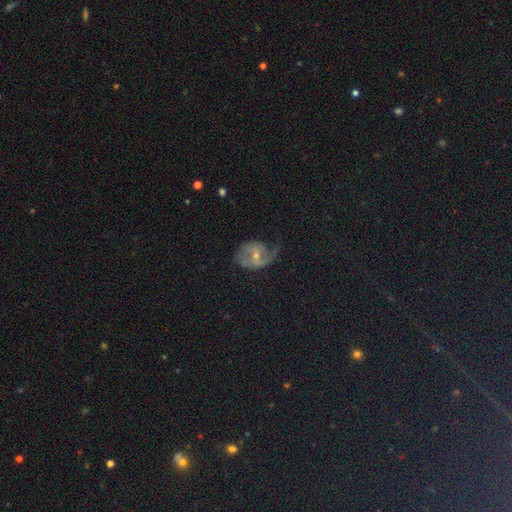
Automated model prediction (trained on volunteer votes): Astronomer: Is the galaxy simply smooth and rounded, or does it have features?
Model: featured or disk — 73%.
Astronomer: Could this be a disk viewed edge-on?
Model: no — 97%.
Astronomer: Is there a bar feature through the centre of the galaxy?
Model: weak — 46% (runner-up: no, 38%).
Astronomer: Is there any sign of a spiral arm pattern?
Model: yes — 86%.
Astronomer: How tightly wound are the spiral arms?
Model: medium — 43% (runner-up: loose, 39%).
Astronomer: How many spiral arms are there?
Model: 2 — 72%.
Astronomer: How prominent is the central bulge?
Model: small — 51% (runner-up: moderate, 45%).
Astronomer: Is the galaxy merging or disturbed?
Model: none — 51% (runner-up: minor disturbance, 26%).